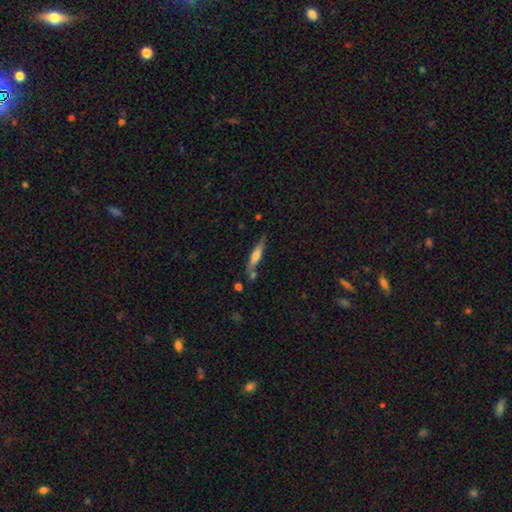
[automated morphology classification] Smooth or featured? smooth (51%)
How rounded? cigar-shaped (85%)
Merging? none (69%)